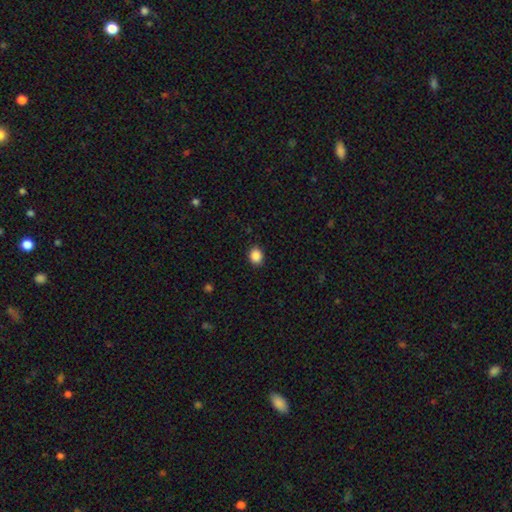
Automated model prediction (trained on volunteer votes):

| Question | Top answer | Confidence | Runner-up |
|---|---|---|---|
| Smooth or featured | smooth | 88% | star or artifact (9%) |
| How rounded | round | 56% | in between (43%) |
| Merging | none | 89% | minor disturbance (8%) |